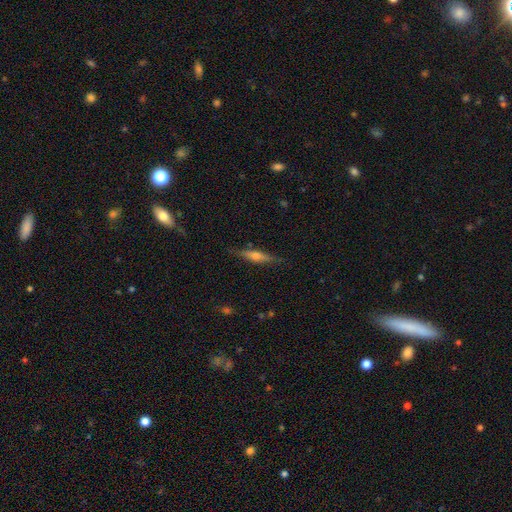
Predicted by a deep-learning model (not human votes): Smooth or featured? Predicted: featured or disk (p=0.61). Edge-on disk? Predicted: yes (p=0.96). Edge-on bulge? Predicted: rounded (p=0.82). Merging? Predicted: none (p=0.87).